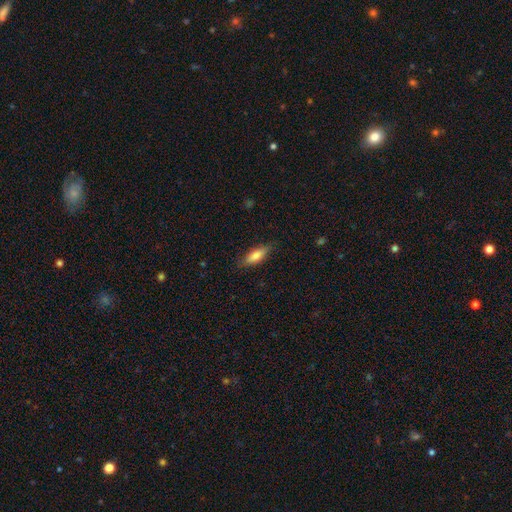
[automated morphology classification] type=smooth (76%); roundness=in between (61%); merging=none (82%).